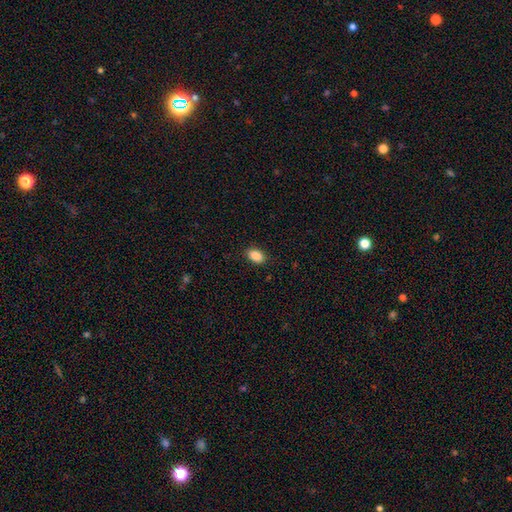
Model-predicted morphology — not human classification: A smooth galaxy with no disk features (88%) that is in between round and cigar-shaped (87%). Merging: none (88%).